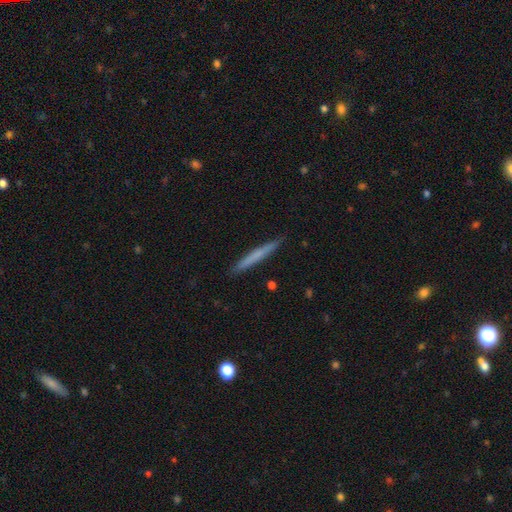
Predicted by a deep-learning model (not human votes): This is possibly a smooth galaxy (60%). How rounded: clearly cigar-shaped (97%). Merging: clearly none (91%).